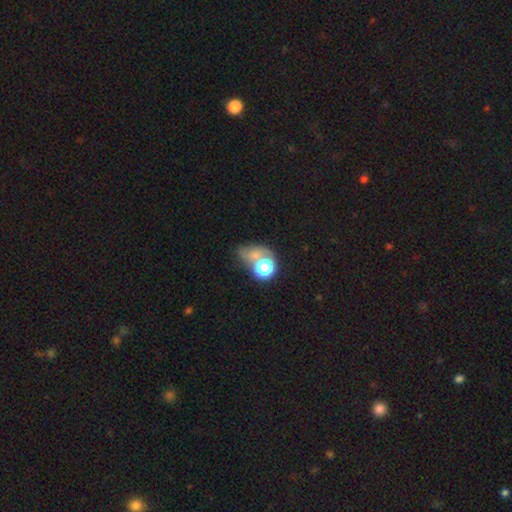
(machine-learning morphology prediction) Smooth or featured: smooth — 61% (featured or disk — 21%)
How rounded: round — 50% (in between — 47%)
Merging: merger — 38% (none — 26%)